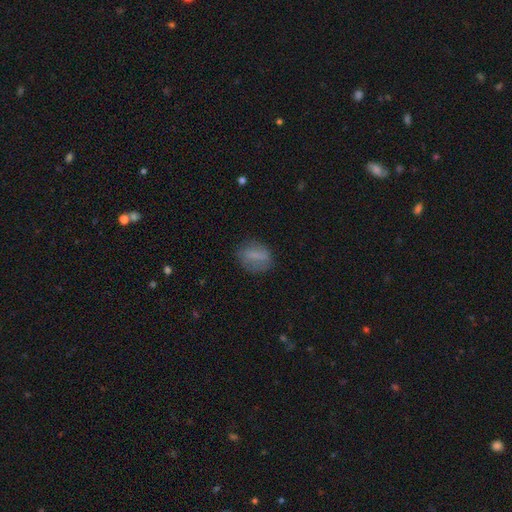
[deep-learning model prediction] This is likely a smooth galaxy (69%). How rounded: likely in between (63%). Merging: likely none (73%).